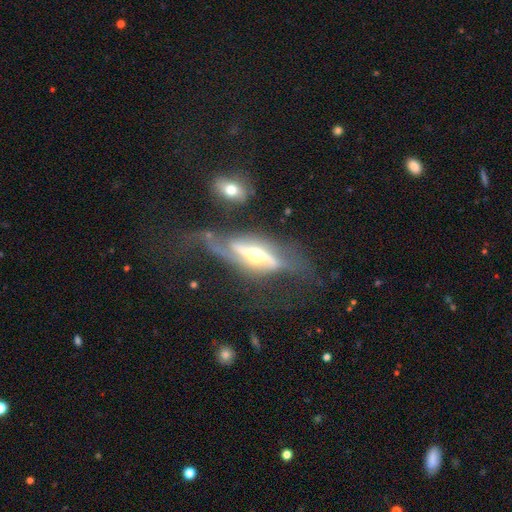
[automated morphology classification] Overall: featured or disk (81%). Edge-on disk: no (51%; yes 49%). Merging: none (36%; major disturbance 35%).